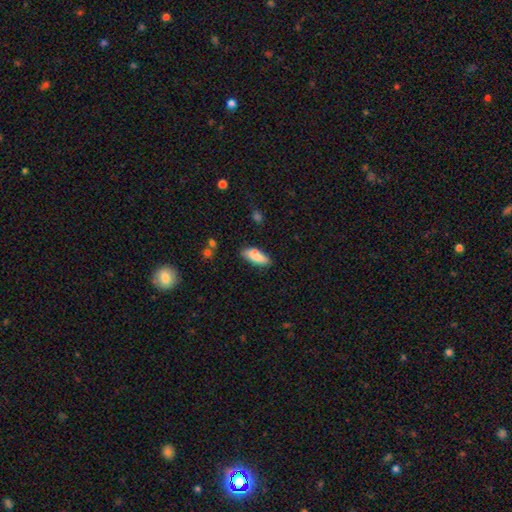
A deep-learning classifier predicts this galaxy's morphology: This appears to be a smooth galaxy with no disk features (82%) that is in between round and cigar-shaped (67%). Merging: none (71%).